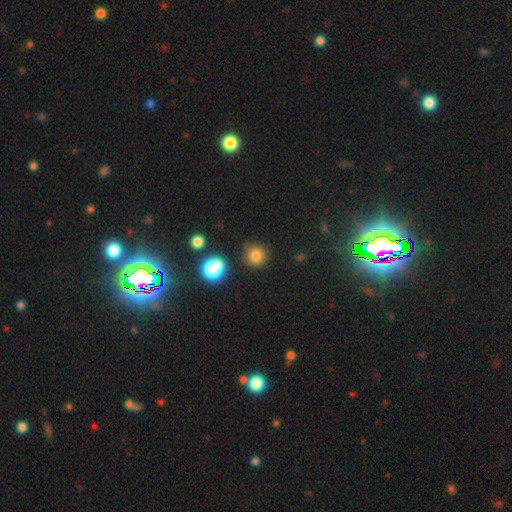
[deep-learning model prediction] The model was most divided on "smooth or featured": smooth: 80%, star or artifact: 15%, featured or disk: 5%. More confident: how rounded — round (91%); merging — none (85%).